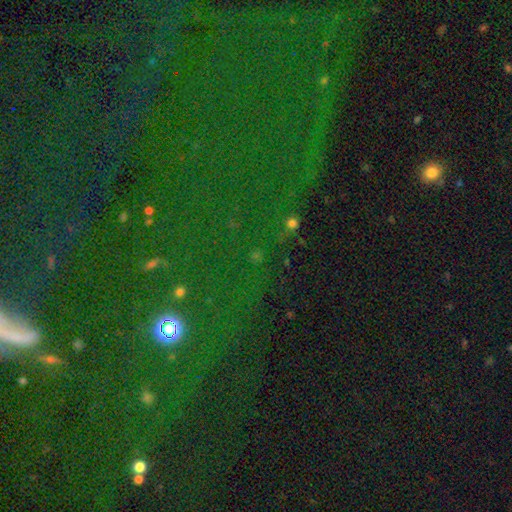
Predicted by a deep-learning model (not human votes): A star or artifact, not a galaxy (79%).

Vote fractions:
- Smooth or featured? star or artifact: 79% / smooth: 13% / featured or disk: 9%